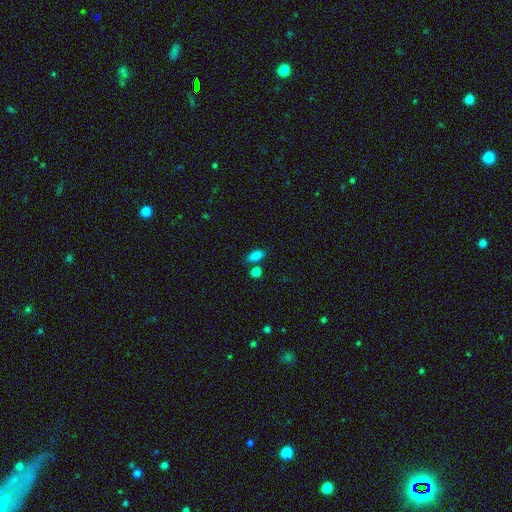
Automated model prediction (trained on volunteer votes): Smooth or featured?
  - smooth: 85% *
  - star or artifact: 11%
  - featured or disk: 4%
How rounded?
  - in between: 88% *
  - round: 7%
  - cigar-shaped: 5%
Merging?
  - none: 68% *
  - merger: 15%
  - minor disturbance: 13%
  - major disturbance: 4%